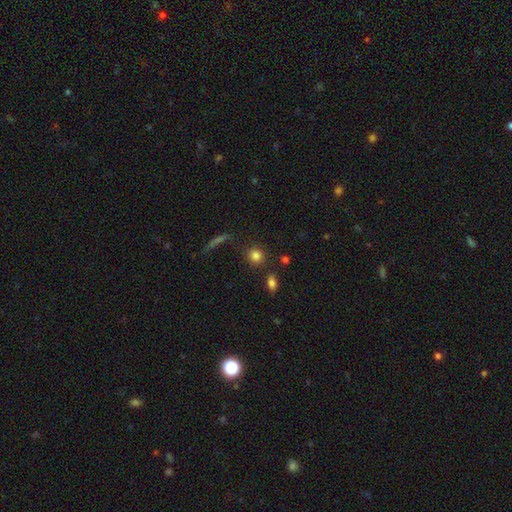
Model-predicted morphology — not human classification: Smooth or featured? Predicted: smooth (p=0.83). How rounded? Predicted: round (p=0.81). Merging? Predicted: none (p=0.81).